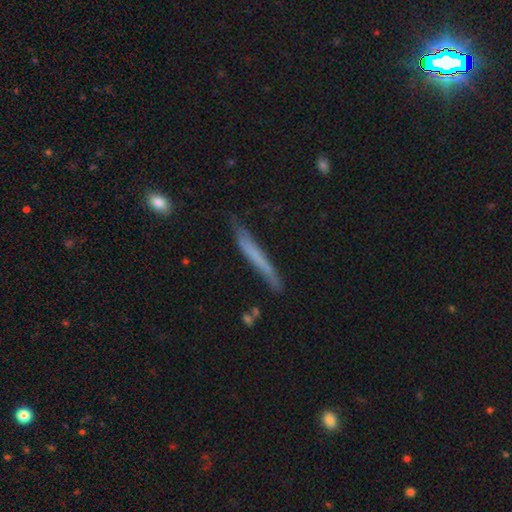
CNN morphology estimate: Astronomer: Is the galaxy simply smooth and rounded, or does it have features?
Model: smooth — 55% (runner-up: featured or disk, 38%).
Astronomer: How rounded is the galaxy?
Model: cigar-shaped — 96%.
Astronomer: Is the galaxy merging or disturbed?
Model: none — 71%.